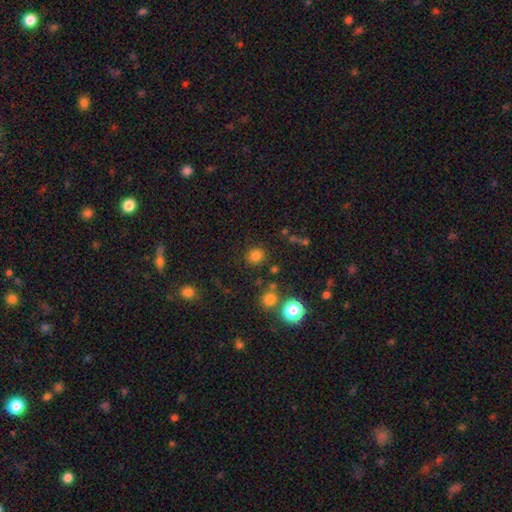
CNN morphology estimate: Smooth or featured: smooth — 79% (star or artifact — 16%)
How rounded: round — 84% (in between — 15%)
Merging: none — 85% (minor disturbance — 8%)